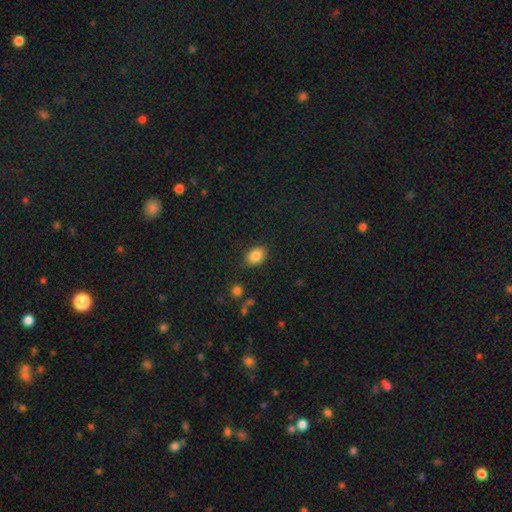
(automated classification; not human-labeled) smooth 84%, star or artifact 9%, featured or disk 7%. Down the decision tree: how rounded — in between (70%); merging — none (85%).